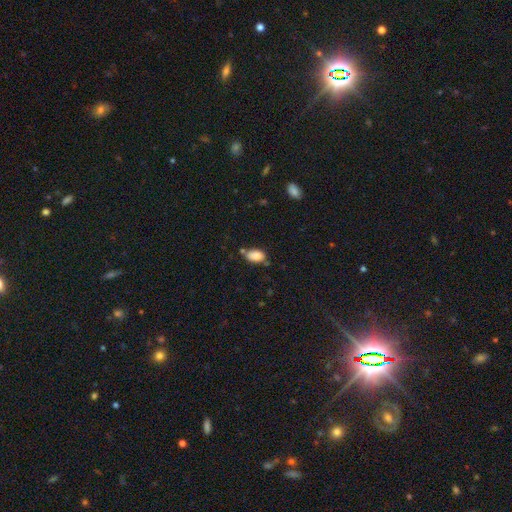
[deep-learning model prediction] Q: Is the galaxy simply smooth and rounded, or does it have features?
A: smooth — 86%.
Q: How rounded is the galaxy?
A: in between — 90%.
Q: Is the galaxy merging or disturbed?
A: none — 63%.